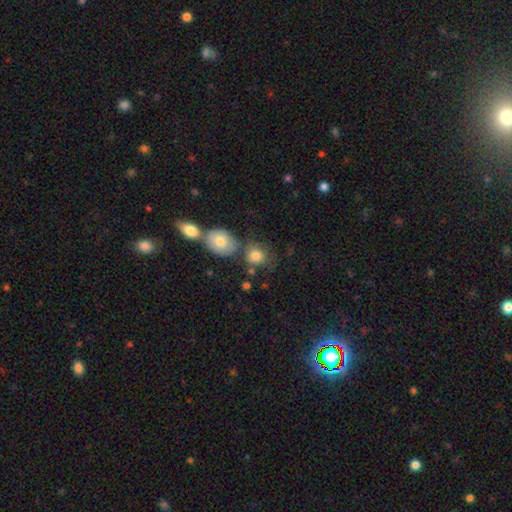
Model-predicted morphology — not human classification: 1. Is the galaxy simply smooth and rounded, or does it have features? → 81% smooth, 10% featured or disk, 9% star or artifact.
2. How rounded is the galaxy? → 69% round, 30% in between, 1% cigar-shaped.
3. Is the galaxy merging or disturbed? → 53% none, 25% merger, 15% minor disturbance, 7% major disturbance.